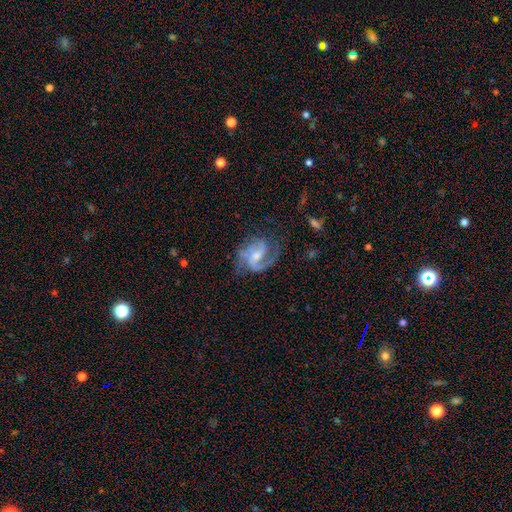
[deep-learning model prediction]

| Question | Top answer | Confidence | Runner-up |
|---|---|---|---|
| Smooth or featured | featured or disk | 86% | smooth (9%) |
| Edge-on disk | no | 98% | yes (2%) |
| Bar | weak | 50% | no (32%) |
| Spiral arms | yes | 96% | no (4%) |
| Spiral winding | medium | 53% | tight (24%) |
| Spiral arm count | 2 | 67% | 3 (11%) |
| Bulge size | moderate | 47% | small (41%) |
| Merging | none | 60% | minor disturbance (21%) |